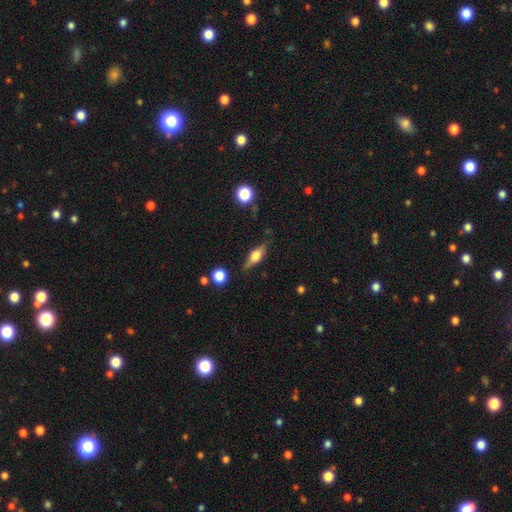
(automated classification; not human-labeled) Q: Smooth or featured?
A: featured or disk (54%); runner-up: smooth (39%)
Q: Edge-on disk?
A: yes (92%); runner-up: no (8%)
Q: Merging?
A: none (81%); runner-up: minor disturbance (14%)